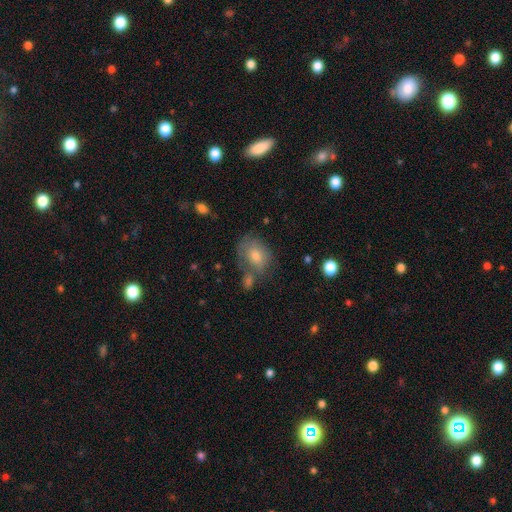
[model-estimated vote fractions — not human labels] Q: Smooth or featured?
A: smooth (62%); runner-up: featured or disk (27%)
Q: How rounded?
A: in between (59%); runner-up: round (39%)
Q: Merging?
A: none (52%); runner-up: minor disturbance (21%)